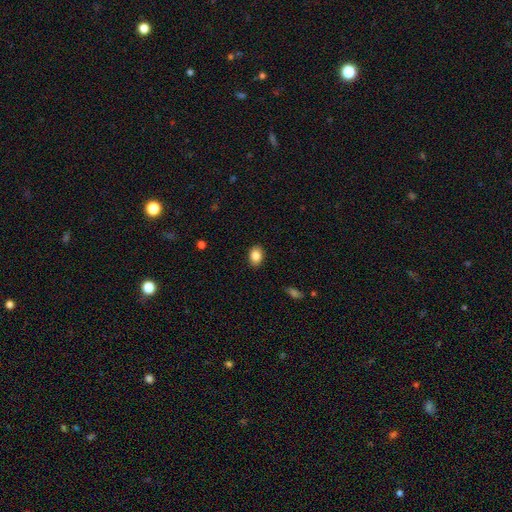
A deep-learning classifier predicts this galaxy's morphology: Smooth or featured? smooth (85%)
How rounded? in between (70%)
Merging? none (89%)